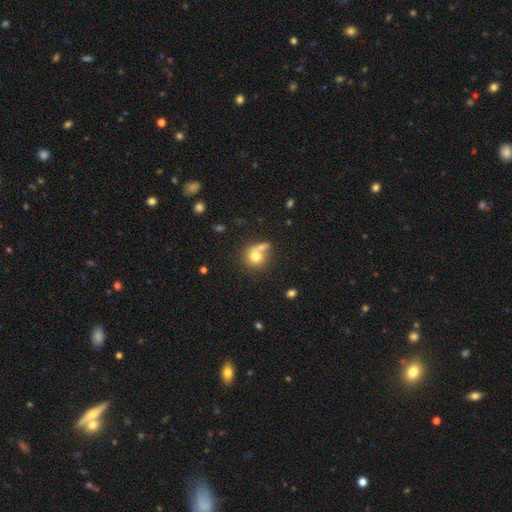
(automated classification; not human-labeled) A smooth galaxy with no disk features (73%) that is round (84%).

Vote fractions:
- Smooth or featured? smooth: 73% / featured or disk: 16% / star or artifact: 10%
- How rounded? round: 84% / in between: 15% / cigar-shaped: 1%
- Merging? none: 44% / merger: 32% / minor disturbance: 14% / major disturbance: 10%